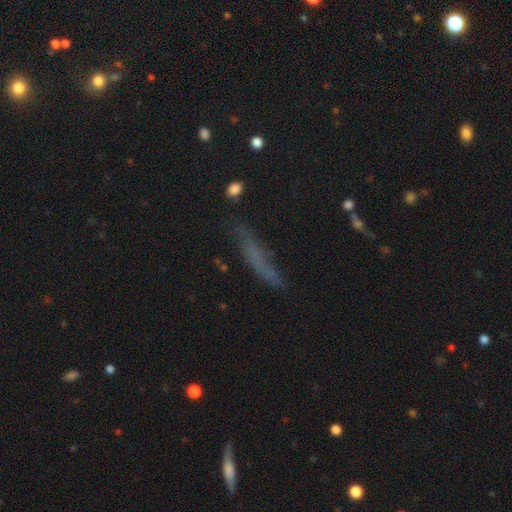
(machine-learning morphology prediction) This appears to be a smooth galaxy with no disk features (50%). Merging: none (61%).